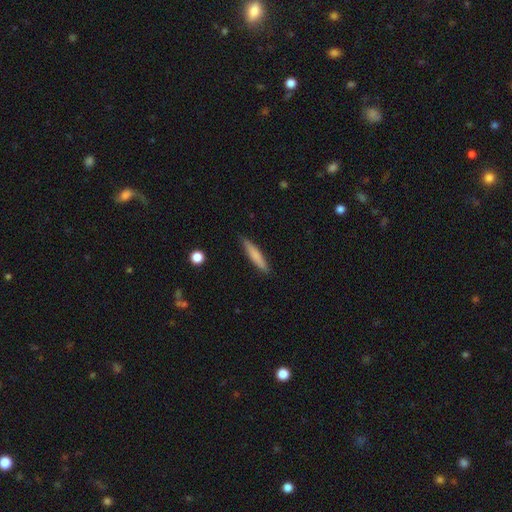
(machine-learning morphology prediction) The model was most divided on "smooth or featured": smooth: 74%, featured or disk: 20%, star or artifact: 6%. More confident: how rounded — cigar-shaped (90%); merging — none (85%).